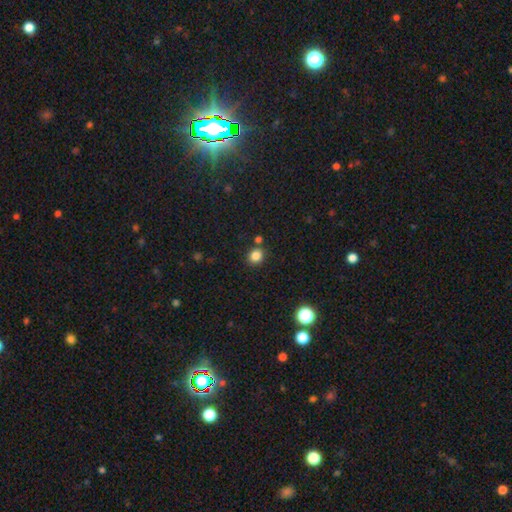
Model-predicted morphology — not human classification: This is clearly a smooth galaxy (83%). How rounded: likely round (78%). Merging: clearly none (81%).